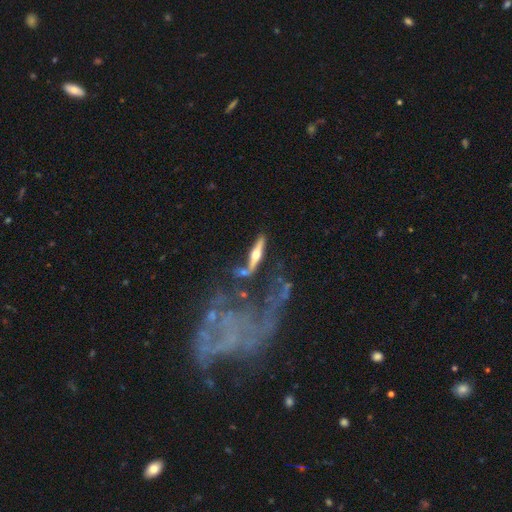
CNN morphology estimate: Smooth or featured? featured or disk (69%)
Edge-on disk? yes (88%)
Edge-on bulge? rounded (94%)
Merging? none (57%)